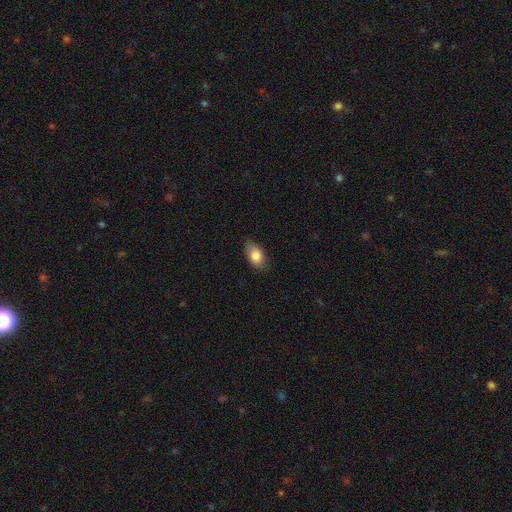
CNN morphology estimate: This appears to be a smooth galaxy with no disk features (84%) that is in between round and cigar-shaped (89%). Merging: none (77%).